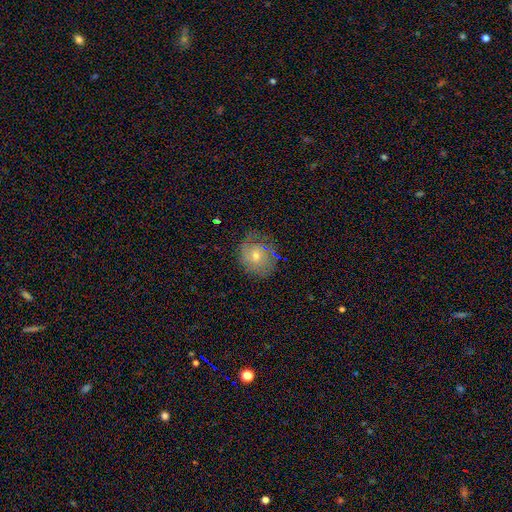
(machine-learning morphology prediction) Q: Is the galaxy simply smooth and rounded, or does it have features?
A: smooth — 47%.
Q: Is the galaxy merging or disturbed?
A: none — 63%.